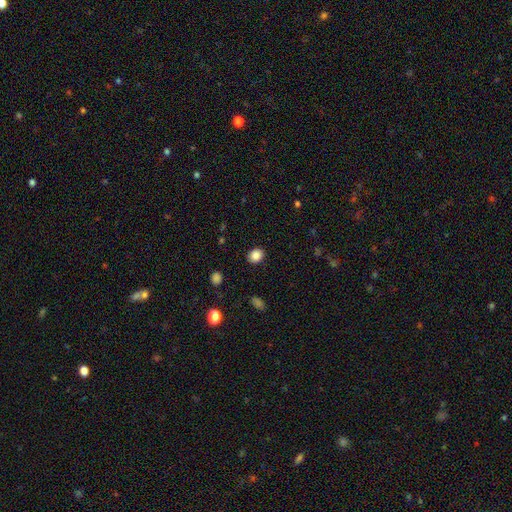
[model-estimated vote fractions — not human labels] Morphology: type=smooth (86%); roundness=round (54%); merging=none (90%).